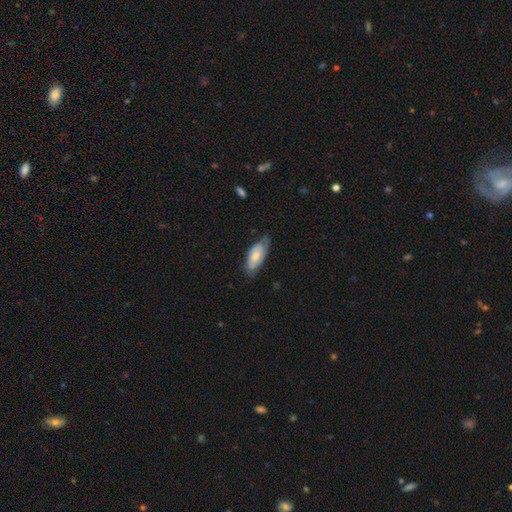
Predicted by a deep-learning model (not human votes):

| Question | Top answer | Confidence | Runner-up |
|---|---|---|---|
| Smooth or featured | smooth | 52% | featured or disk (43%) |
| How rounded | in between | 84% | cigar-shaped (13%) |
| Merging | none | 62% | minor disturbance (30%) |